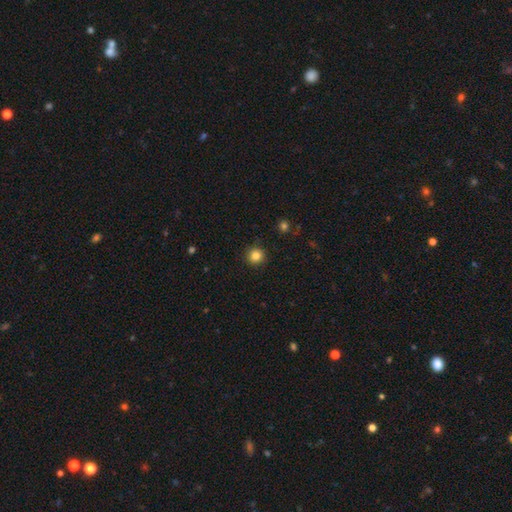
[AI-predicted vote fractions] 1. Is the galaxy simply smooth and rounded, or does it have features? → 84% smooth, 12% star or artifact, 5% featured or disk.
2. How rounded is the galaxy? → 95% round, 4% in between, 1% cigar-shaped.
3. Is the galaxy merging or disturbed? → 92% none, 5% minor disturbance, 2% major disturbance, 1% merger.